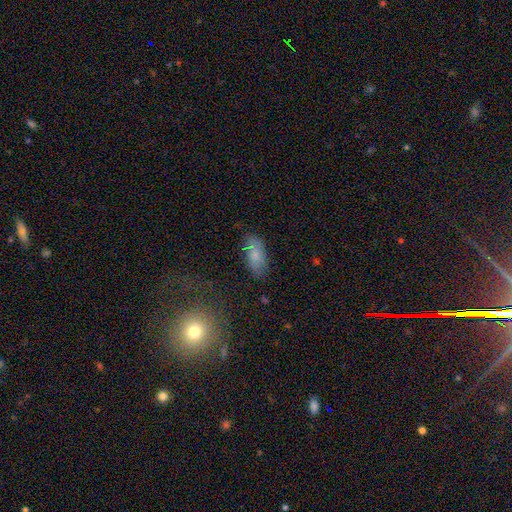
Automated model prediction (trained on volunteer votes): Smooth or featured?
  - smooth: 77% *
  - featured or disk: 14%
  - star or artifact: 9%
How rounded?
  - in between: 86% *
  - cigar-shaped: 11%
  - round: 3%
Merging?
  - none: 72% *
  - minor disturbance: 17%
  - merger: 6%
  - major disturbance: 5%